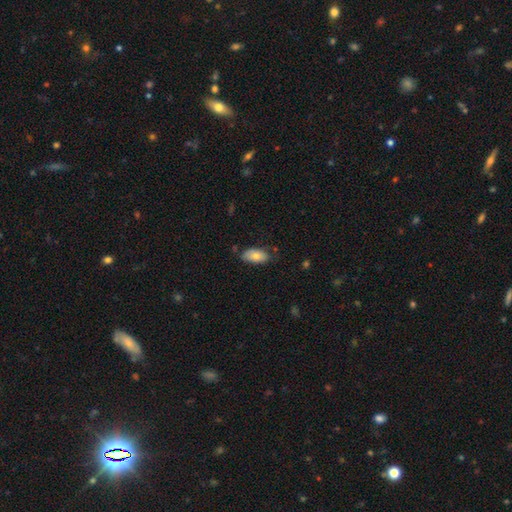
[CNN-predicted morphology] smooth 77%, featured or disk 16%, star or artifact 7%. Down the decision tree: how rounded — in between (93%); merging — none (67%).